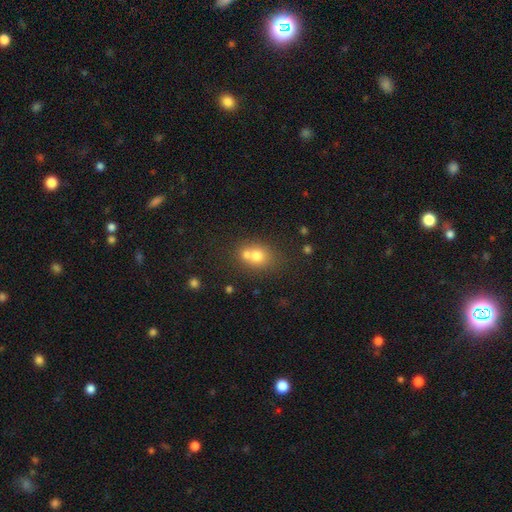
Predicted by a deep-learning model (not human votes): A smooth galaxy with no disk features (69%) that is round (65%).

Vote fractions:
- Smooth or featured? smooth: 69% / featured or disk: 17% / star or artifact: 14%
- How rounded? round: 65% / in between: 34% / cigar-shaped: 1%
- Merging? merger: 46% / none: 42% / minor disturbance: 9% / major disturbance: 3%